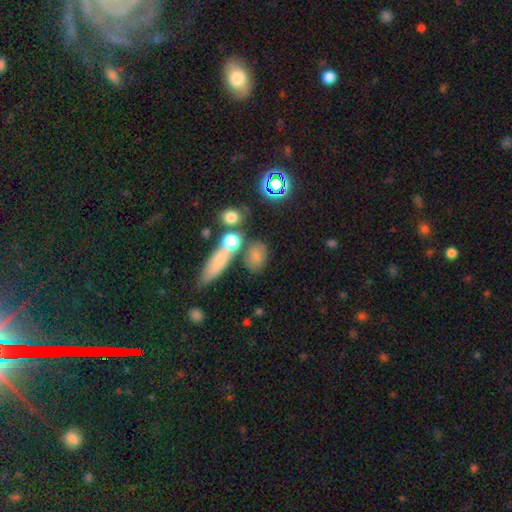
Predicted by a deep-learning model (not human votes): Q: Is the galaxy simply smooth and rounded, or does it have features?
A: smooth — 71%.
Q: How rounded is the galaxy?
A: in between — 58%.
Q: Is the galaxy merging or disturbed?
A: none — 59%.